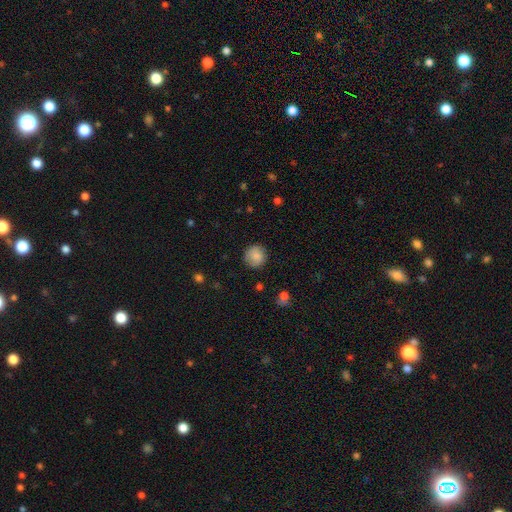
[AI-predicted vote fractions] Smooth or featured? smooth (84%)
How rounded? round (91%)
Merging? none (84%)